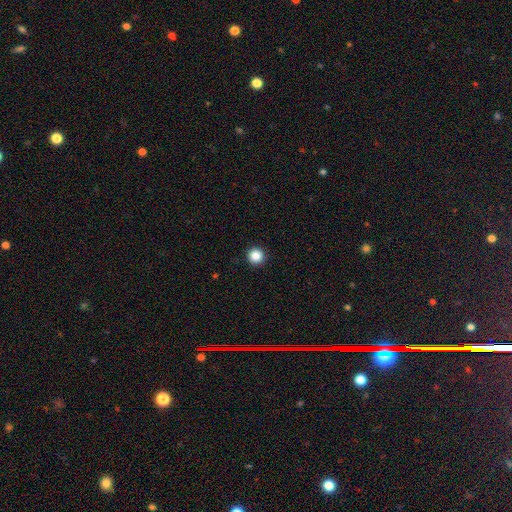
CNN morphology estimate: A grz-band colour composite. It shows a smooth galaxy with no disk features (86%) that is round (97%). Merging: none (94%).